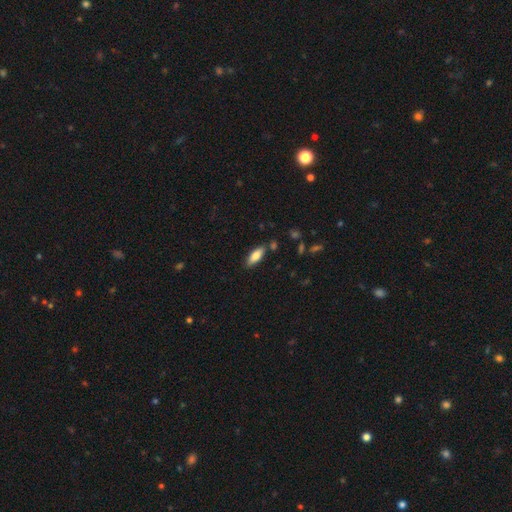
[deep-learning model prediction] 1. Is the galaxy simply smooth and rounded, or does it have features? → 79% smooth, 14% featured or disk, 7% star or artifact.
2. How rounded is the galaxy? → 73% in between, 25% cigar-shaped, 2% round.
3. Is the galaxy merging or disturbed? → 82% none, 12% minor disturbance, 4% merger, 2% major disturbance.